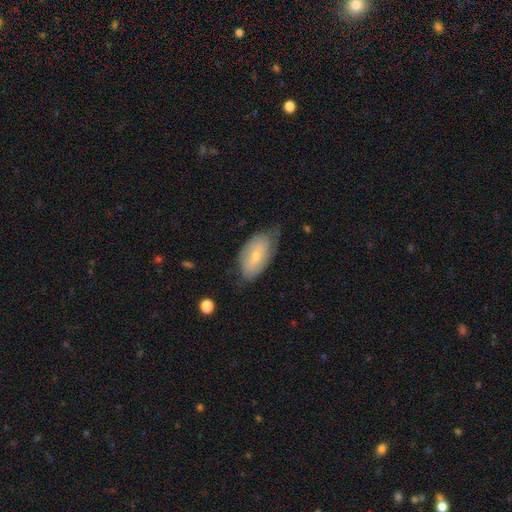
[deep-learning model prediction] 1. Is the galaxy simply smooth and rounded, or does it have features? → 54% smooth, 40% featured or disk, 7% star or artifact.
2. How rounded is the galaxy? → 93% in between, 5% round, 3% cigar-shaped.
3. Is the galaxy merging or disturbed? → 56% none, 33% minor disturbance, 10% major disturbance, 2% merger.